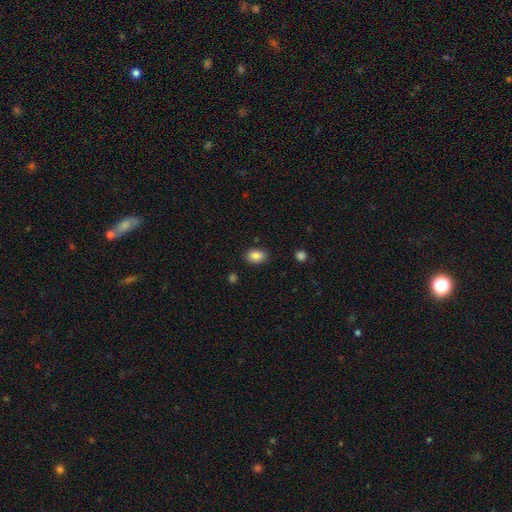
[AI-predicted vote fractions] The model was most divided on "how rounded": in between: 80%, round: 18%, cigar-shaped: 1%. More confident: smooth or featured — smooth (87%); merging — none (86%).